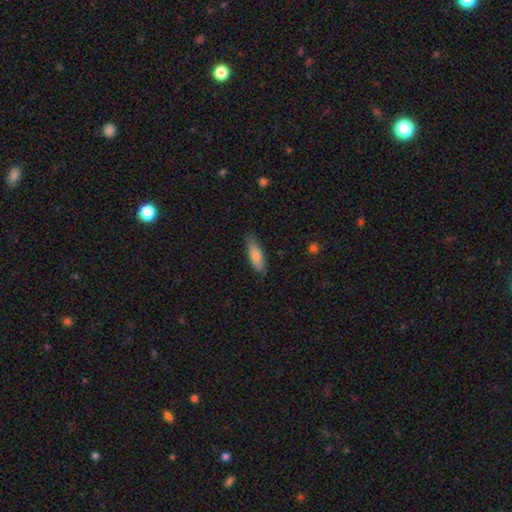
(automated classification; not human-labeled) Smooth or featured?
  - smooth: 82% *
  - featured or disk: 13%
  - star or artifact: 6%
How rounded?
  - in between: 58% *
  - cigar-shaped: 40%
  - round: 2%
Merging?
  - none: 80% *
  - minor disturbance: 17%
  - major disturbance: 3%
  - merger: 1%